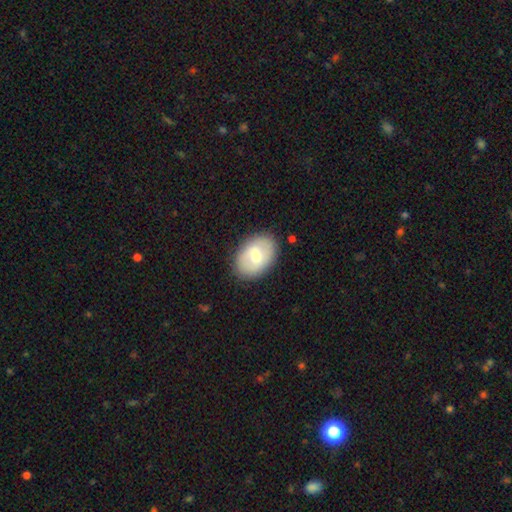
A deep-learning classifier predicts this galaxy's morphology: type=smooth (61%); roundness=in between (85%); merging=none (83%).